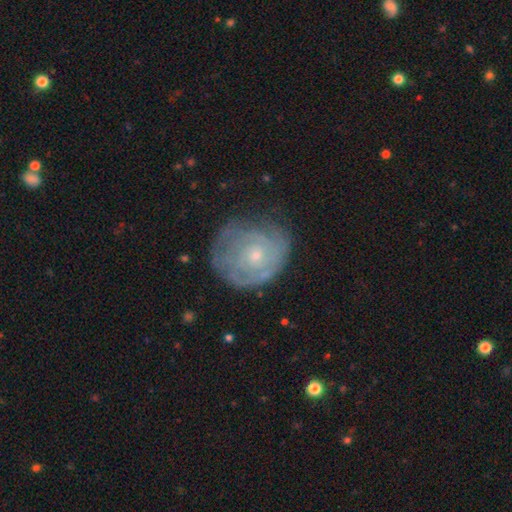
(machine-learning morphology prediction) Q: Smooth or featured?
A: featured or disk (71%); runner-up: smooth (22%)
Q: Edge-on disk?
A: no (97%); runner-up: yes (3%)
Q: Bar?
A: no (82%); runner-up: weak (16%)
Q: Spiral arms?
A: yes (81%); runner-up: no (19%)
Q: Spiral winding?
A: tight (74%); runner-up: medium (19%)
Q: Spiral arm count?
A: can't tell (57%); runner-up: 2 (16%)
Q: Bulge size?
A: small (69%); runner-up: moderate (27%)
Q: Merging?
A: none (64%); runner-up: minor disturbance (24%)